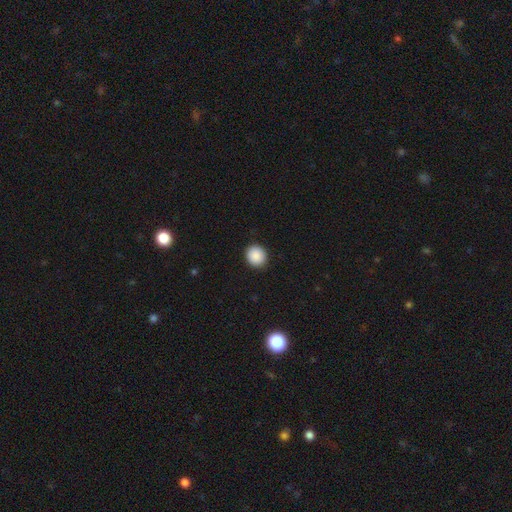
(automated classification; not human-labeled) This is clearly a smooth galaxy (89%). How rounded: clearly round (84%). Merging: clearly none (92%).